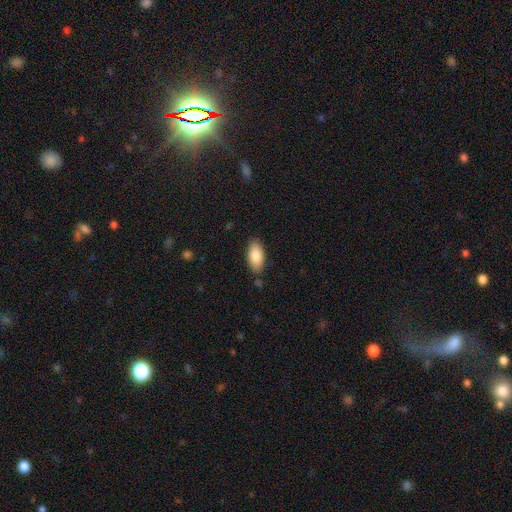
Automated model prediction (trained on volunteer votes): The model was most divided on "merging": none: 82%, minor disturbance: 13%, major disturbance: 3%, merger: 2%. More confident: how rounded — in between (91%); smooth or featured — smooth (85%).